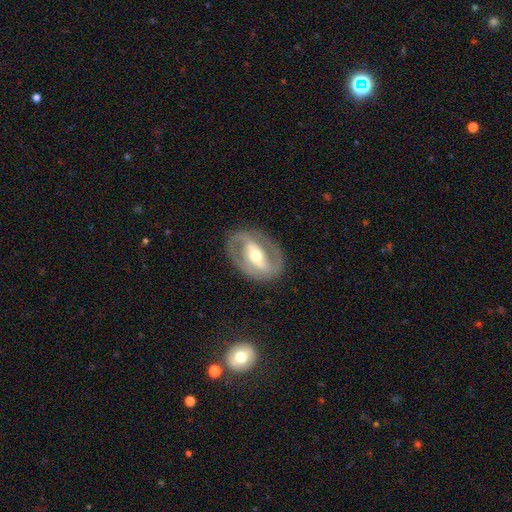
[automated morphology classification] featured or disk 82%, smooth 14%, star or artifact 5%. Down the decision tree: edge-on disk — no (95%); bar — strong (49%); spiral arms — yes (77%); spiral arm count — 2 (86%); spiral winding — medium (47%); bulge size — moderate (70%); merging — none (83%).